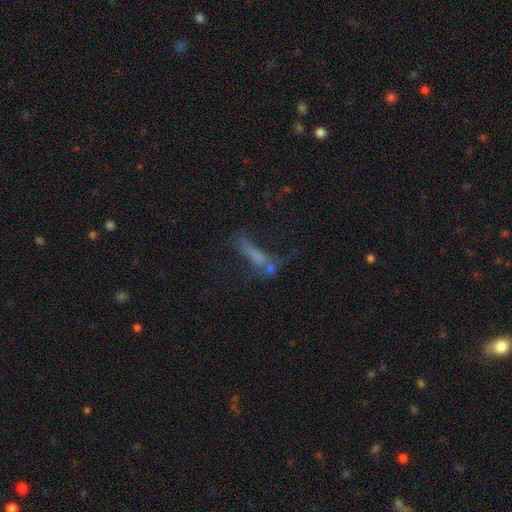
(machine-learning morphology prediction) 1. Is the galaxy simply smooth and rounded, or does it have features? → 44% smooth, 37% featured or disk, 20% star or artifact.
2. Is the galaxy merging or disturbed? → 34% none, 29% major disturbance, 20% merger, 18% minor disturbance.